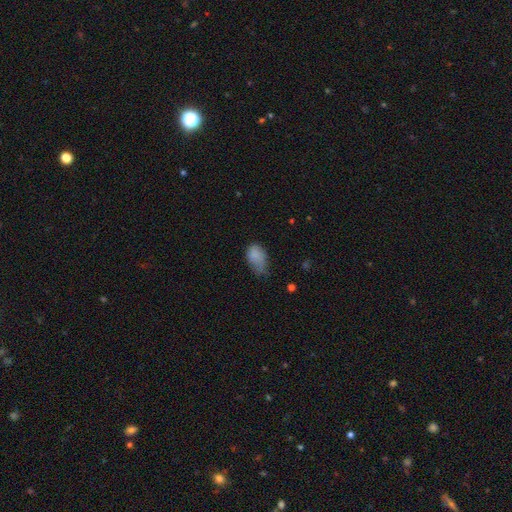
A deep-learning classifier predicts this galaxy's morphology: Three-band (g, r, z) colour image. It shows a smooth galaxy with no disk features (81%) that is in between round and cigar-shaped (89%). Merging: minor disturbance (45%).